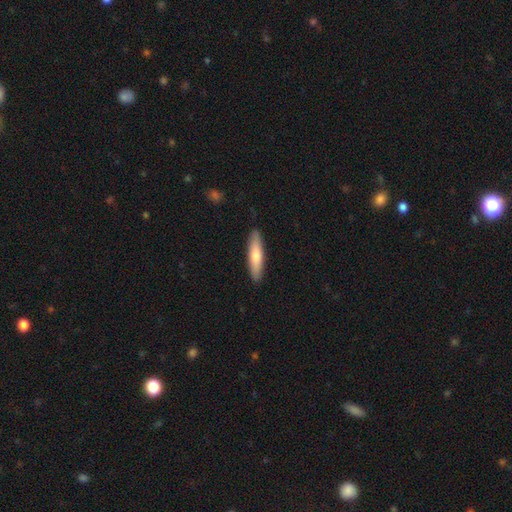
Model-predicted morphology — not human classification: smooth-or-featured: smooth: 72% | featured or disk: 24% | star or artifact: 5%
  how-rounded: cigar-shaped: 80% | in between: 18% | round: 1%
  merging: none: 90% | minor disturbance: 7% | major disturbance: 1% | merger: 1%